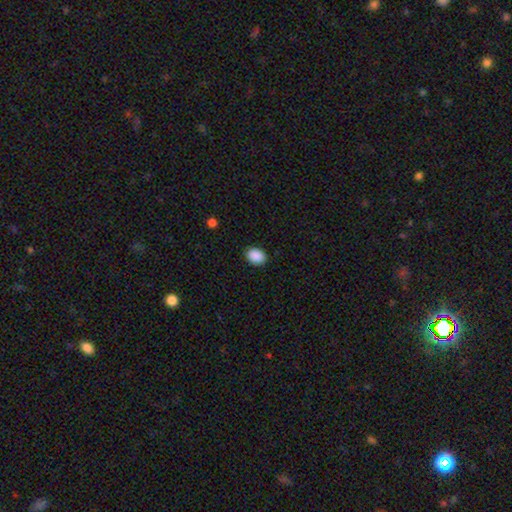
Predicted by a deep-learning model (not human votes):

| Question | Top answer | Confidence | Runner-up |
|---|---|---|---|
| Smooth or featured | smooth | 90% | star or artifact (8%) |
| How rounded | in between | 66% | round (33%) |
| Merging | none | 89% | minor disturbance (8%) |